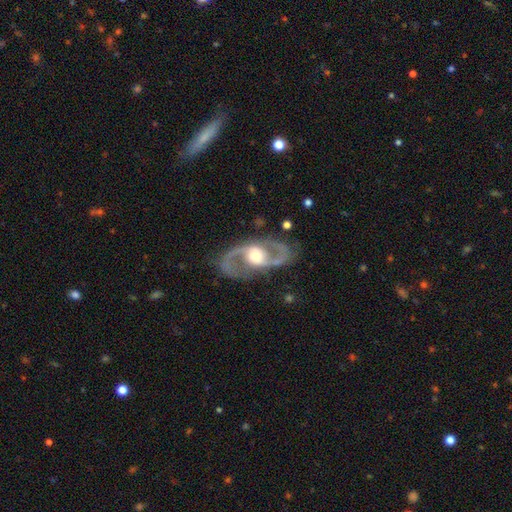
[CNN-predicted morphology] A featured or disk galaxy (90%) with no bar (49%), 2 (94%) medium (55%) spiral arms (95%) and a moderate central bulge (68%). Merging: none (82%).